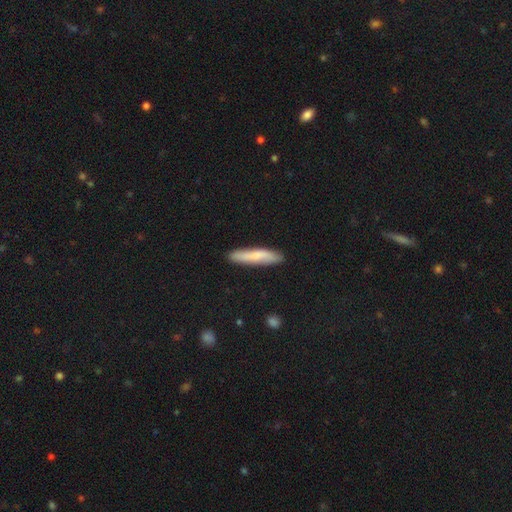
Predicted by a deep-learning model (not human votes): smooth-or-featured: smooth: 70% | featured or disk: 24% | star or artifact: 6%
  how-rounded: cigar-shaped: 89% | in between: 10% | round: 1%
  merging: none: 87% | minor disturbance: 10% | major disturbance: 2% | merger: 1%